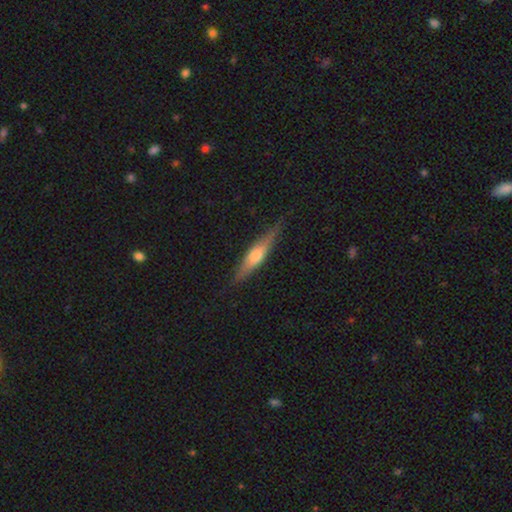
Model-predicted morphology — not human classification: smooth_or_featured: featured or disk (p=0.51) [alt: smooth p=0.42]
disk_edge_on: yes (p=0.92) [alt: no p=0.08]
merging: none (p=0.81) [alt: minor disturbance p=0.15]